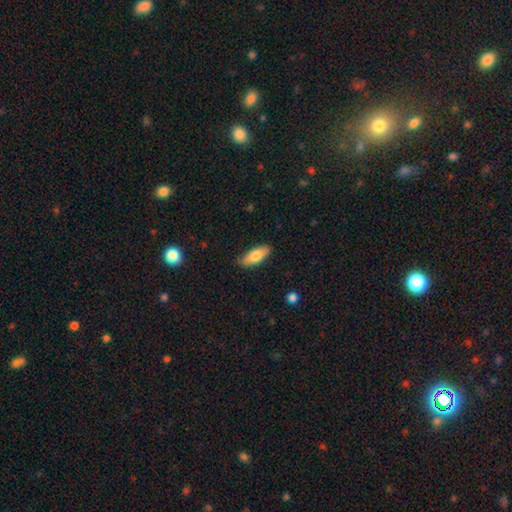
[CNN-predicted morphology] Smooth or featured: smooth — 76% (featured or disk — 18%)
How rounded: in between — 73% (cigar-shaped — 25%)
Merging: none — 85% (minor disturbance — 12%)